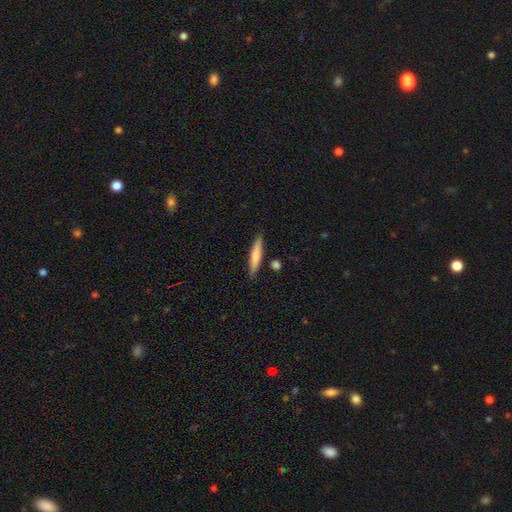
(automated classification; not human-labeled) This is likely a smooth galaxy (74%). How rounded: clearly cigar-shaped (89%). Merging: clearly none (85%).